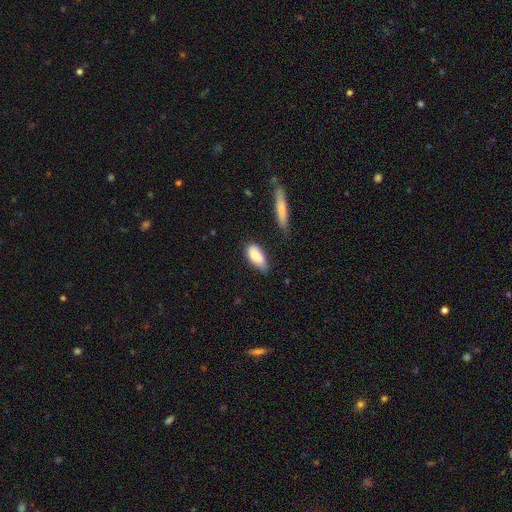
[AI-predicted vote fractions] smooth 85%, featured or disk 9%, star or artifact 7%. Down the decision tree: how rounded — in between (87%); merging — none (55%).